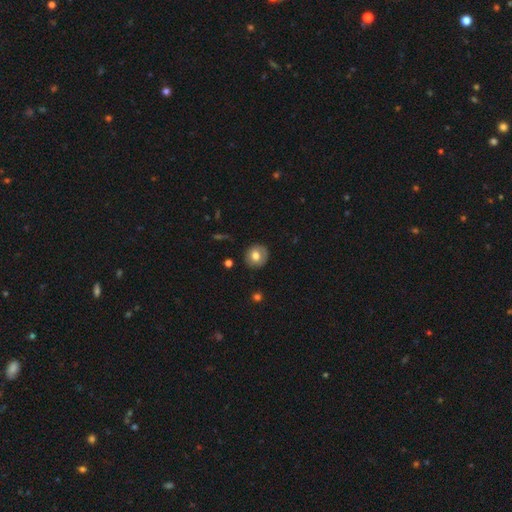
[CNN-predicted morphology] This appears to be a smooth galaxy with no disk features (74%) that is round (88%). Merging: none (87%).